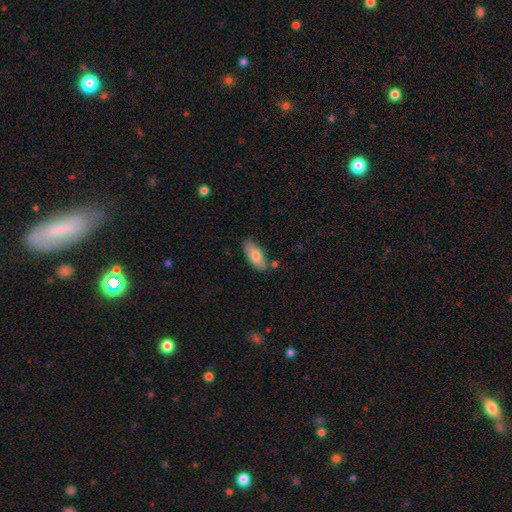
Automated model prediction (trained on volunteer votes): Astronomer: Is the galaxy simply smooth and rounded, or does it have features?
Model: smooth — 79%.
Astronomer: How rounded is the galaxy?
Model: in between — 85%.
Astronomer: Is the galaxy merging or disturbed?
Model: none — 78%.